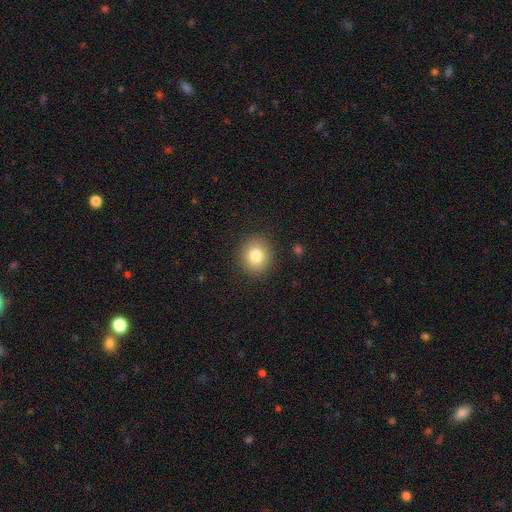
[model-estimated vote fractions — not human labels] Morphology: type=smooth (81%); roundness=round (81%); merging=none (89%).